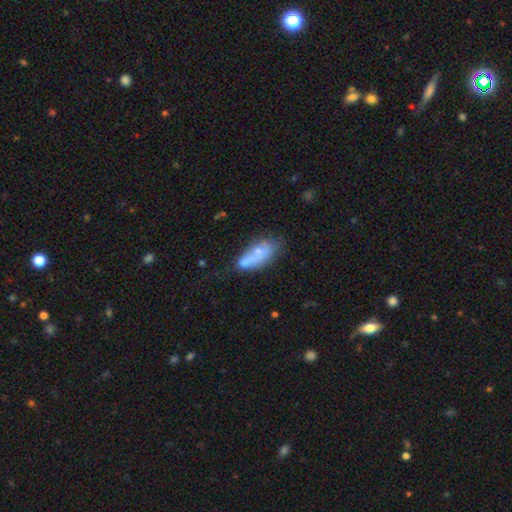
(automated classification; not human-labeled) smooth_or_featured: smooth (p=0.61) [alt: featured or disk p=0.29]
how_rounded: in between (p=0.80) [alt: cigar-shaped p=0.16]
merging: none (p=0.37) [alt: merger p=0.27]